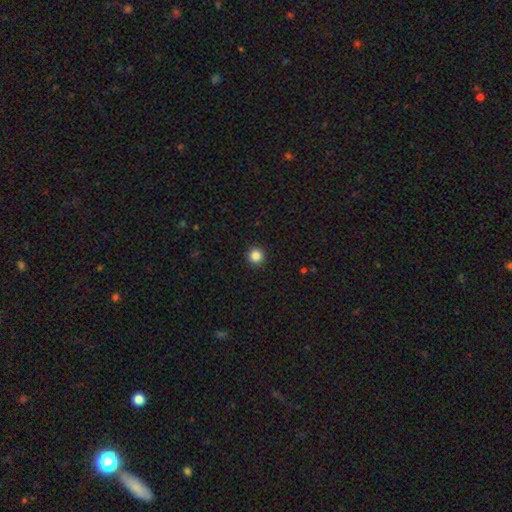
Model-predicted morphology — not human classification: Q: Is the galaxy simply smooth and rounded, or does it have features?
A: smooth — 85%.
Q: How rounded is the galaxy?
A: round — 96%.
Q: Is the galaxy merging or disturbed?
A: none — 94%.